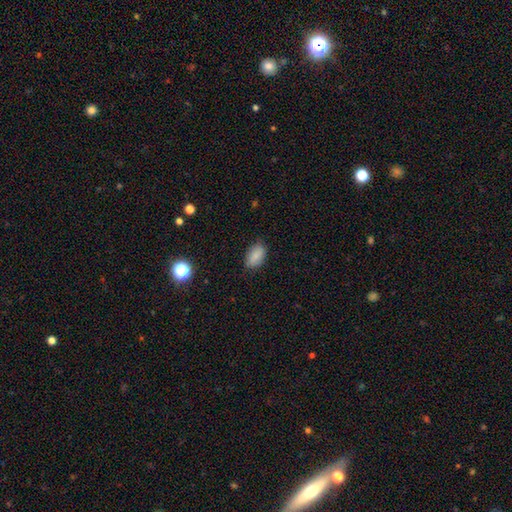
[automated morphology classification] type=smooth (85%); roundness=in between (91%); merging=none (80%).